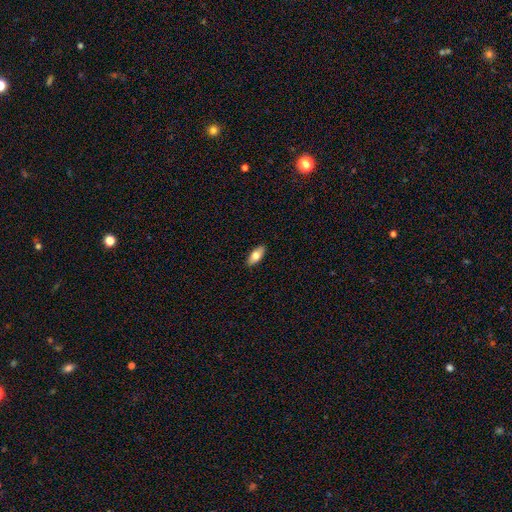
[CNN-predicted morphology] Q: Smooth or featured?
A: smooth (74%); runner-up: featured or disk (20%)
Q: How rounded?
A: in between (84%); runner-up: cigar-shaped (13%)
Q: Merging?
A: none (89%); runner-up: minor disturbance (8%)